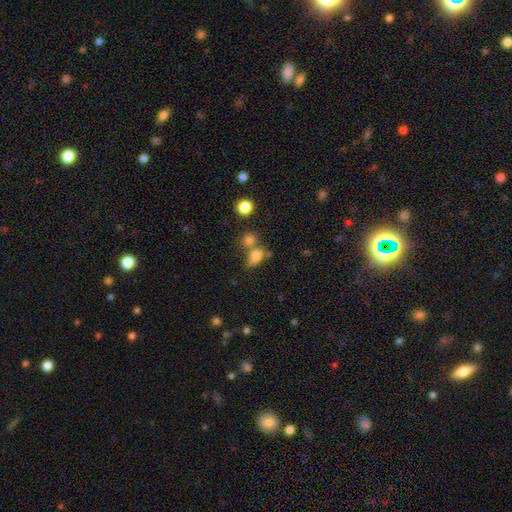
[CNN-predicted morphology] Overall: smooth (74%). How rounded: in between (74%). Merging: merger (40%; none 36%).